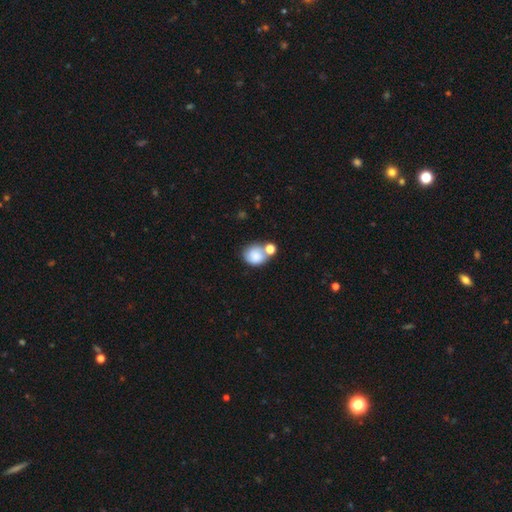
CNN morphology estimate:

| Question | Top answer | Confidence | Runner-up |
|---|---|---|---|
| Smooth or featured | smooth | 80% | featured or disk (11%) |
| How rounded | round | 69% | in between (30%) |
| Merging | merger | 40% | none (39%) |